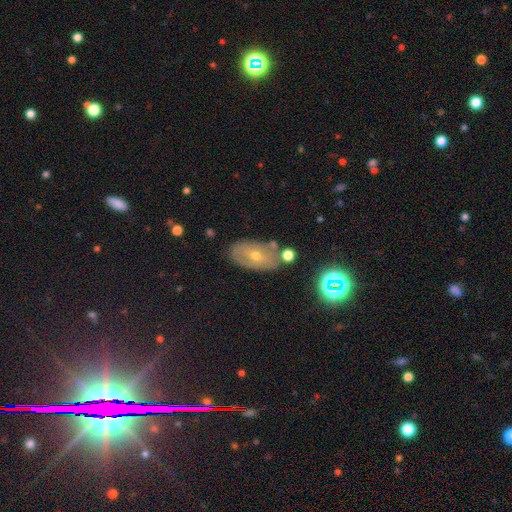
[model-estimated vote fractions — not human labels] Q: Smooth or featured?
A: featured or disk (50%); runner-up: smooth (34%)
Q: Edge-on disk?
A: no (88%); runner-up: yes (12%)
Q: Merging?
A: none (68%); runner-up: minor disturbance (20%)